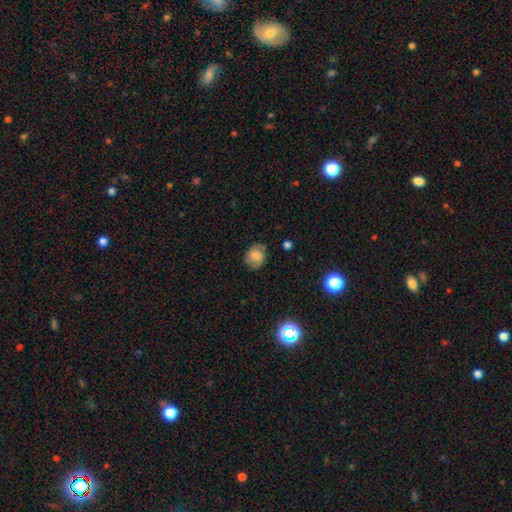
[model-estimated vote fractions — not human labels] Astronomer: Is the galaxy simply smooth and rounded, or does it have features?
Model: smooth — 75%.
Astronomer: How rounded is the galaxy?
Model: round — 63%.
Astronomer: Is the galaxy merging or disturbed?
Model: none — 75%.